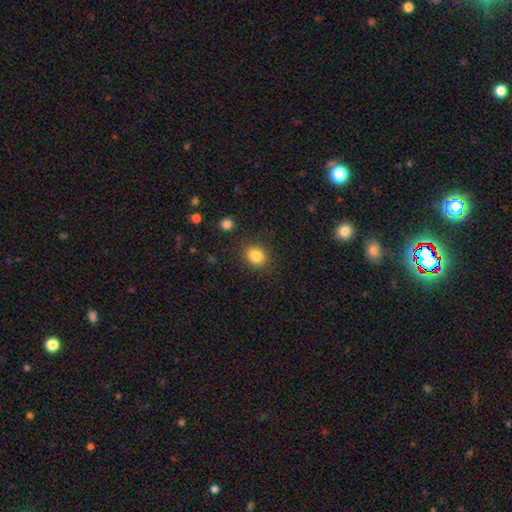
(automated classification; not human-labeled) This is clearly a smooth galaxy (85%). How rounded: possibly round (51%). Merging: clearly none (85%).